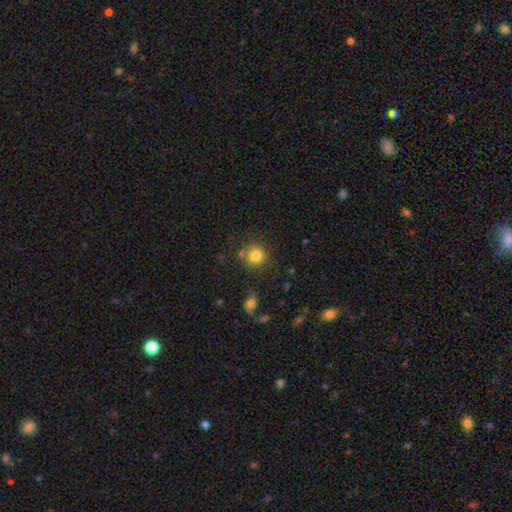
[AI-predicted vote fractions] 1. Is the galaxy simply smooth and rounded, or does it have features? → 82% smooth, 11% star or artifact, 7% featured or disk.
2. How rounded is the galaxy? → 80% round, 19% in between, 1% cigar-shaped.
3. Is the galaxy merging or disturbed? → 70% none, 15% minor disturbance, 10% merger, 5% major disturbance.